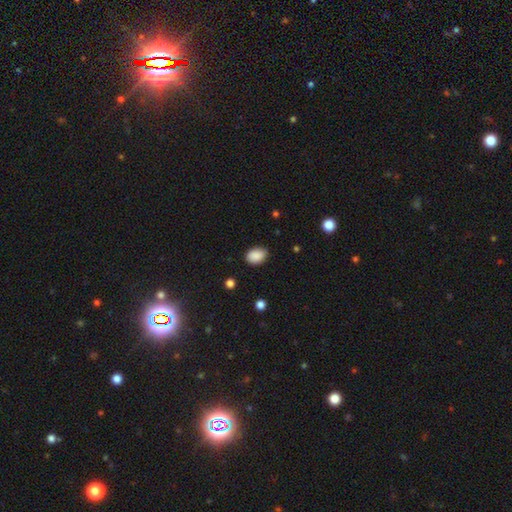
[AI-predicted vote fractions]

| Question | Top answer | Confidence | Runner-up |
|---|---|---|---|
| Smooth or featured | smooth | 89% | star or artifact (8%) |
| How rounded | in between | 80% | round (19%) |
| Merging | none | 81% | minor disturbance (15%) |